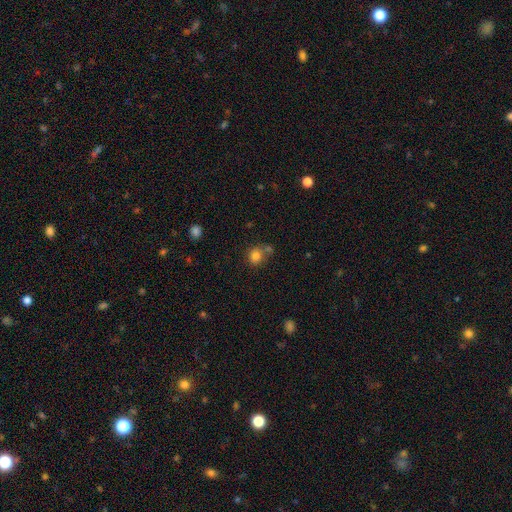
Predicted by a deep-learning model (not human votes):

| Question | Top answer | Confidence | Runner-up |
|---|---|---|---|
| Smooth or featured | smooth | 81% | star or artifact (12%) |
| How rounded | round | 74% | in between (25%) |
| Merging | none | 56% | merger (24%) |